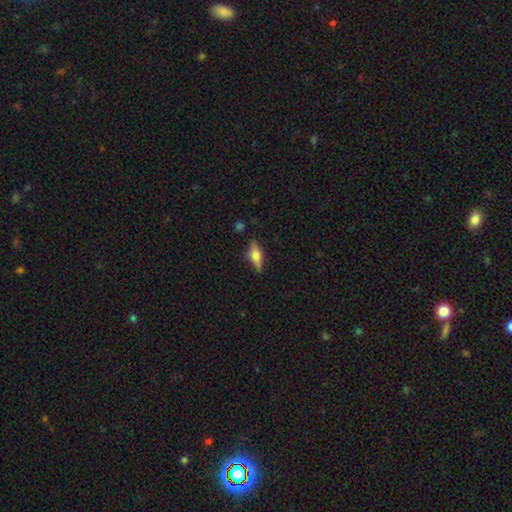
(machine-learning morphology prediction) featured or disk 55%, smooth 37%, star or artifact 9%. Down the decision tree: edge-on disk — yes (93%); edge-on bulge — rounded (91%); merging — none (80%).